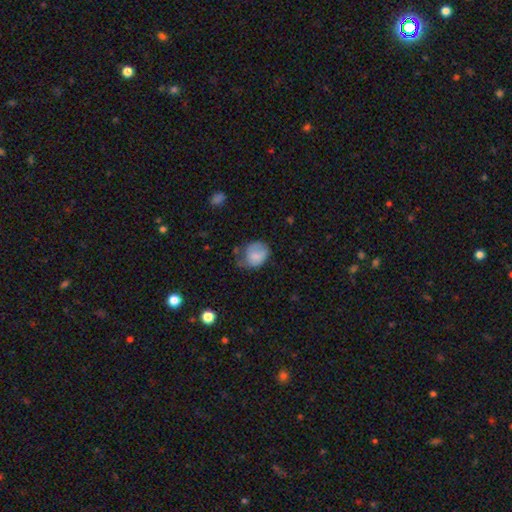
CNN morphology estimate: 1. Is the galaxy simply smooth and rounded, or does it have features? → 77% smooth, 15% featured or disk, 8% star or artifact.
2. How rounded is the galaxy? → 54% round, 45% in between, 1% cigar-shaped.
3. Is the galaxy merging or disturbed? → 41% none, 37% minor disturbance, 19% major disturbance, 3% merger.